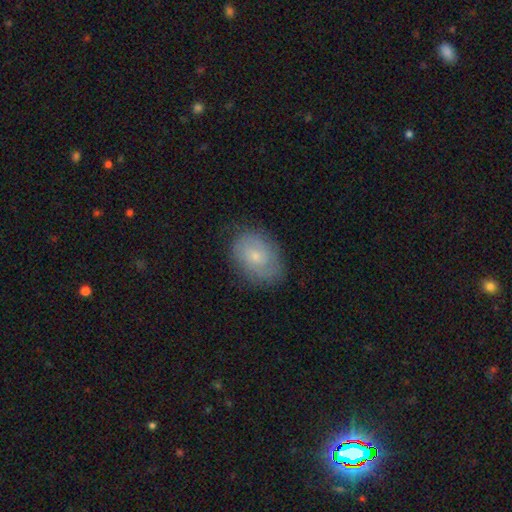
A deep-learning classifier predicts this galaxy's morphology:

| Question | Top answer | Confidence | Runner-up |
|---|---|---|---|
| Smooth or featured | featured or disk | 48% | smooth (44%) |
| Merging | none | 77% | minor disturbance (17%) |